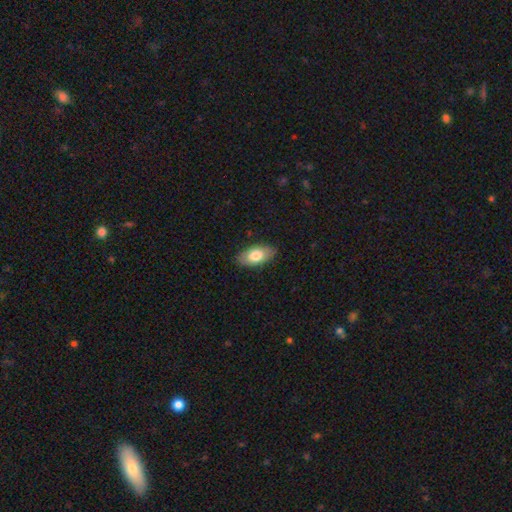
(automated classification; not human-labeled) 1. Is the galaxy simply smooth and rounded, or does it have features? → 77% smooth, 17% featured or disk, 6% star or artifact.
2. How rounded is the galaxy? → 92% in between, 5% cigar-shaped, 3% round.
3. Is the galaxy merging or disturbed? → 85% none, 11% minor disturbance, 2% major disturbance, 1% merger.